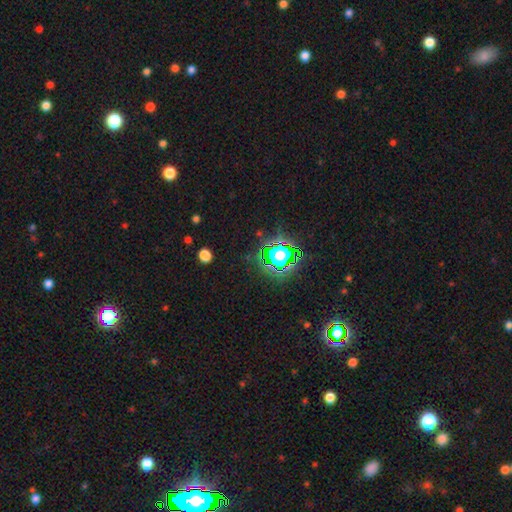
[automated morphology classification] A star or artifact, not a galaxy (79%).

Vote fractions:
- Smooth or featured? star or artifact: 79% / smooth: 14% / featured or disk: 8%